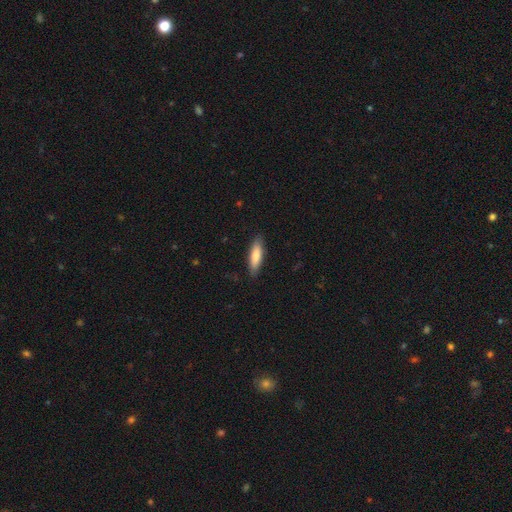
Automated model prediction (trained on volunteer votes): Morphology: type=smooth (79%); roundness=cigar-shaped (64%); merging=none (87%).